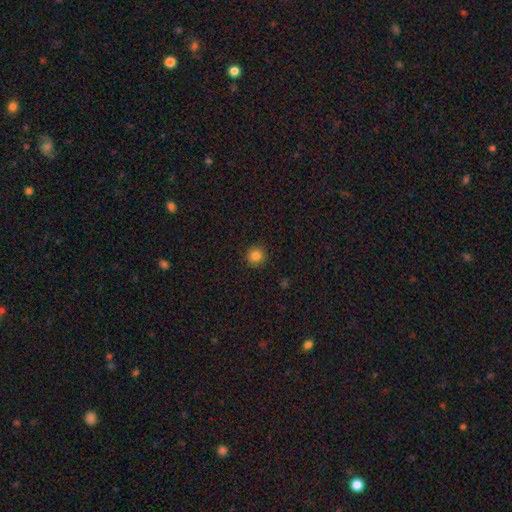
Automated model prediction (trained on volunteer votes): Smooth or featured?
  - smooth: 84% *
  - star or artifact: 12%
  - featured or disk: 5%
How rounded?
  - round: 93% *
  - in between: 6%
  - cigar-shaped: 1%
Merging?
  - none: 91% *
  - minor disturbance: 6%
  - major disturbance: 2%
  - merger: 1%